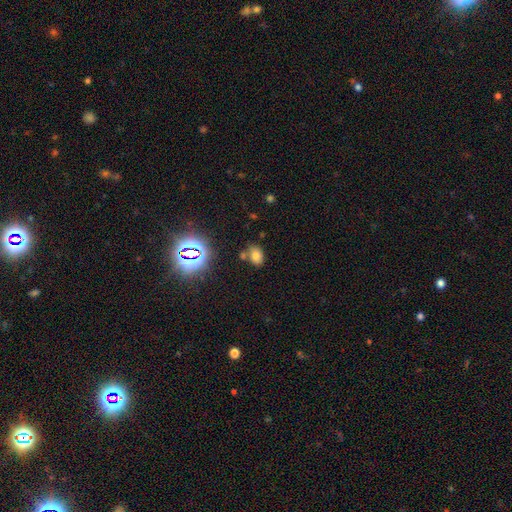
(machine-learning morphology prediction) The model was most divided on "smooth or featured": smooth: 67%, star or artifact: 23%, featured or disk: 10%. More confident: how rounded — in between (76%); merging — none (67%).